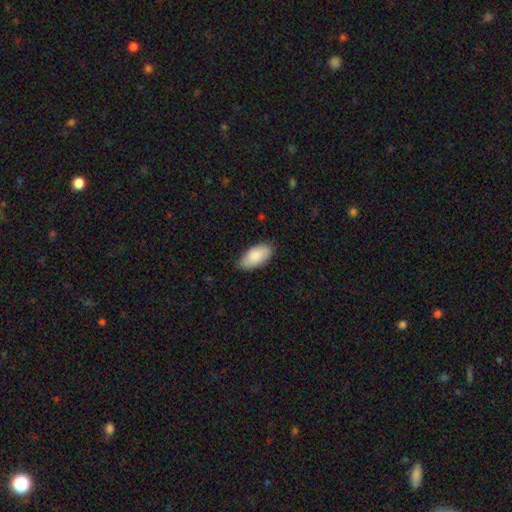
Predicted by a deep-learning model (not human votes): The model was most divided on "merging": none: 77%, minor disturbance: 19%, major disturbance: 3%, merger: 1%. More confident: how rounded — in between (94%); smooth or featured — smooth (84%).